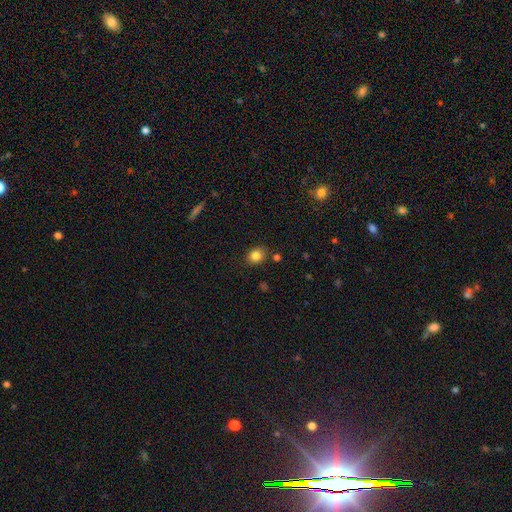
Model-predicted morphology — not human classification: smooth-or-featured: smooth: 84% | star or artifact: 11% | featured or disk: 6%
  how-rounded: round: 59% | in between: 40% | cigar-shaped: 1%
  merging: none: 81% | minor disturbance: 12% | merger: 4% | major disturbance: 3%